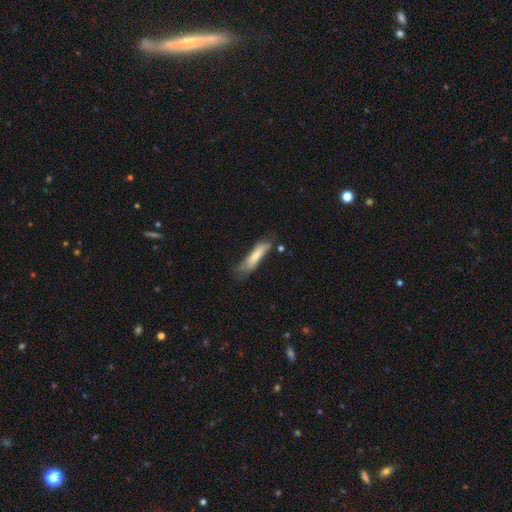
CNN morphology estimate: Overall: smooth (70%). How rounded: cigar-shaped (75%). Merging: none (48%; minor disturbance 31%).